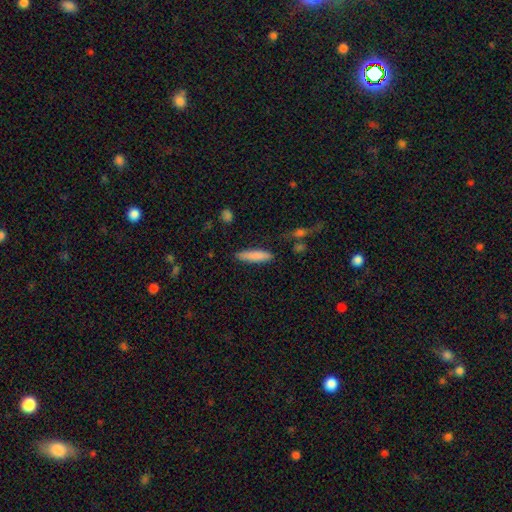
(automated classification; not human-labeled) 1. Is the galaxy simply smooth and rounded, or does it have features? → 84% smooth, 10% featured or disk, 6% star or artifact.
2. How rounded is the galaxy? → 81% cigar-shaped, 17% in between, 1% round.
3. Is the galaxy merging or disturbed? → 85% none, 10% minor disturbance, 2% major disturbance, 2% merger.